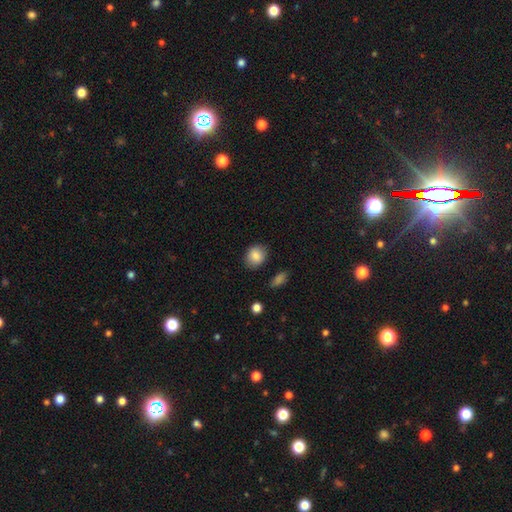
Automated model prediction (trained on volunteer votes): smooth_or_featured: smooth (p=0.86) [alt: star or artifact p=0.08]
how_rounded: round (p=0.61) [alt: in between p=0.38]
merging: none (p=0.84) [alt: minor disturbance p=0.11]